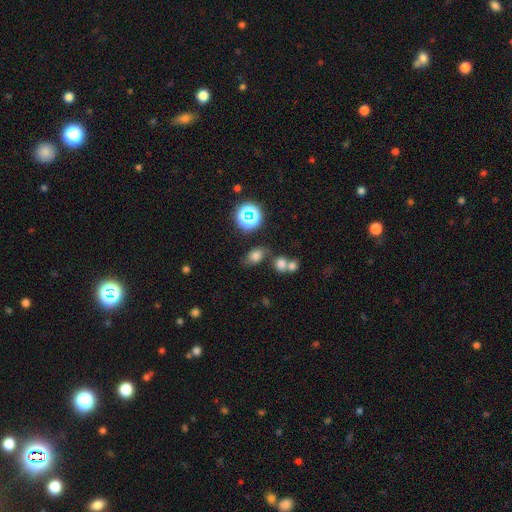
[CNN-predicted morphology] This is likely a smooth galaxy (70%). How rounded: likely in between (71%). Merging: likely none (61%).